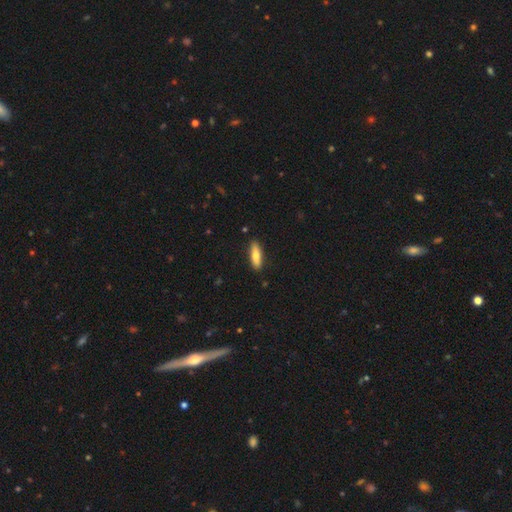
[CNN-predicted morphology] smooth 73%, featured or disk 21%, star or artifact 6%. Down the decision tree: how rounded — cigar-shaped (57%); merging — none (88%).